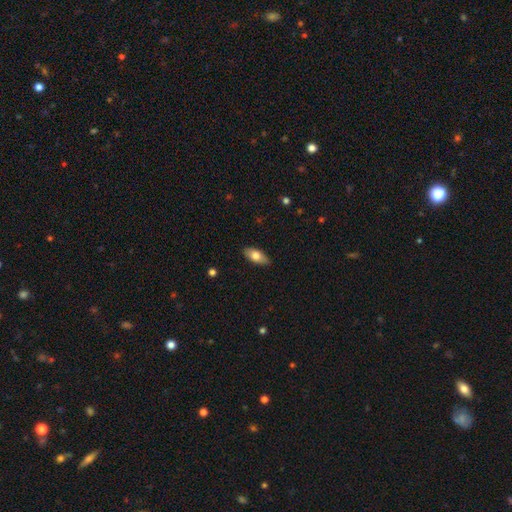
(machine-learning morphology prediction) Smooth or featured? Predicted: smooth (p=0.73). How rounded? Predicted: in between (p=0.87). Merging? Predicted: none (p=0.85).